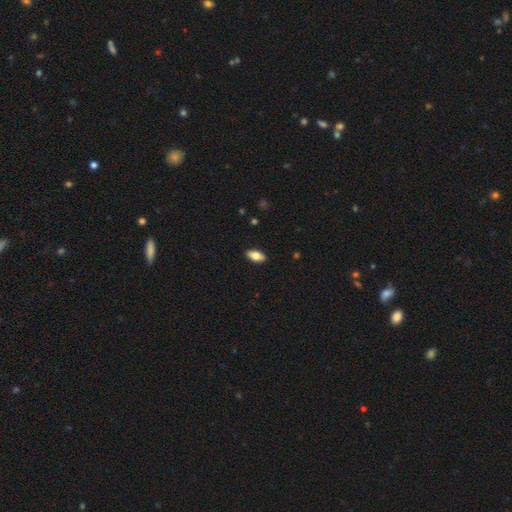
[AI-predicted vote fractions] smooth 76%, featured or disk 18%, star or artifact 7%. Down the decision tree: how rounded — in between (88%); merging — none (90%).